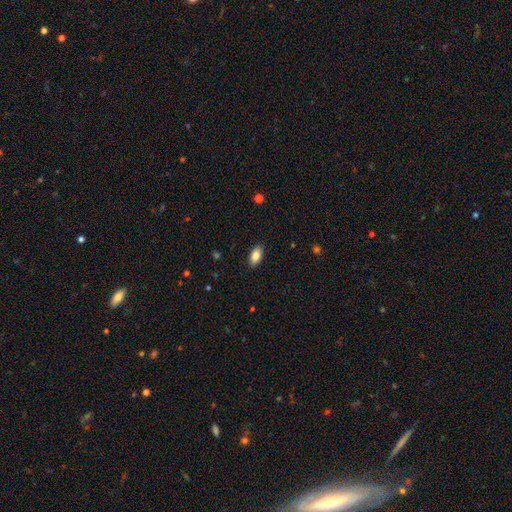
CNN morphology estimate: Q: Smooth or featured?
A: smooth (85%); runner-up: star or artifact (7%)
Q: How rounded?
A: in between (93%); runner-up: round (4%)
Q: Merging?
A: none (89%); runner-up: minor disturbance (8%)